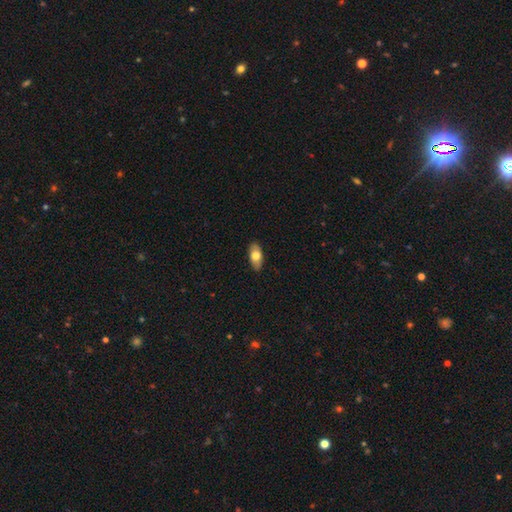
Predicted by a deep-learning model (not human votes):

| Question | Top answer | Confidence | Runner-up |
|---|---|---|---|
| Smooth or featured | smooth | 70% | featured or disk (24%) |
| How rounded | in between | 89% | cigar-shaped (7%) |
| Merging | none | 88% | minor disturbance (9%) |